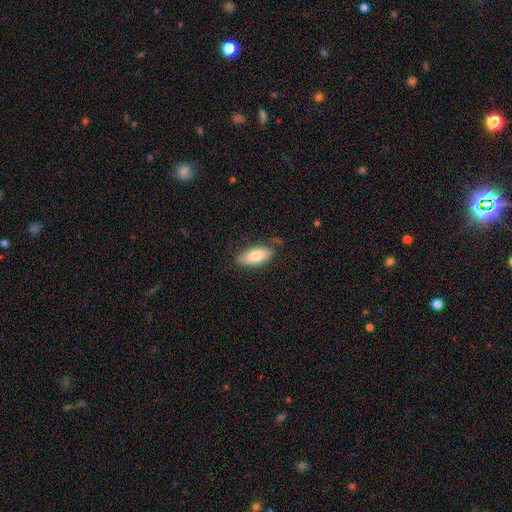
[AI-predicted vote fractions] Overall: smooth (76%). How rounded: in between (84%). Merging: none (75%).